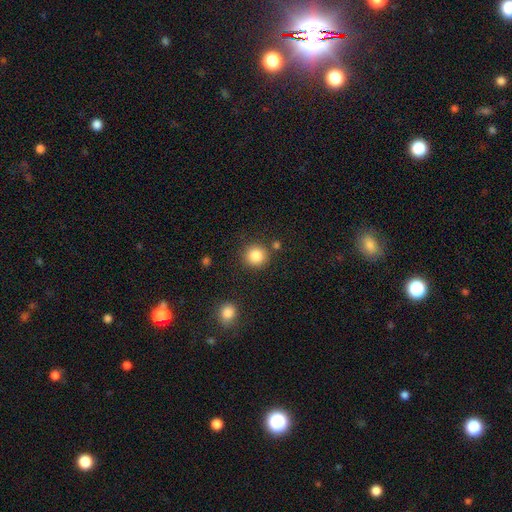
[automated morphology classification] Smooth or featured: smooth — 86% (star or artifact — 10%)
How rounded: round — 93% (in between — 6%)
Merging: none — 84% (minor disturbance — 8%)